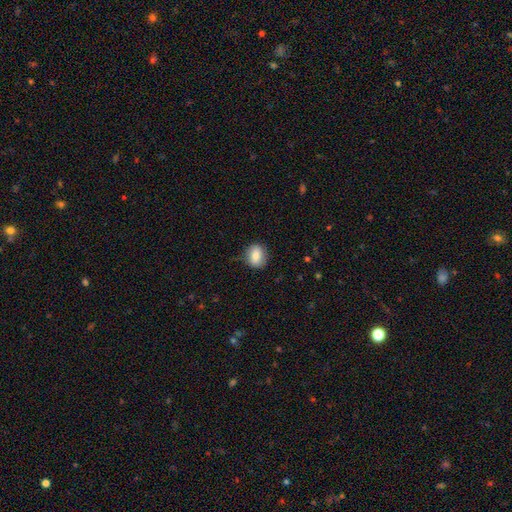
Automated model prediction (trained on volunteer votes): This is clearly a smooth galaxy (81%). How rounded: possibly in between (50%). Merging: likely none (78%).